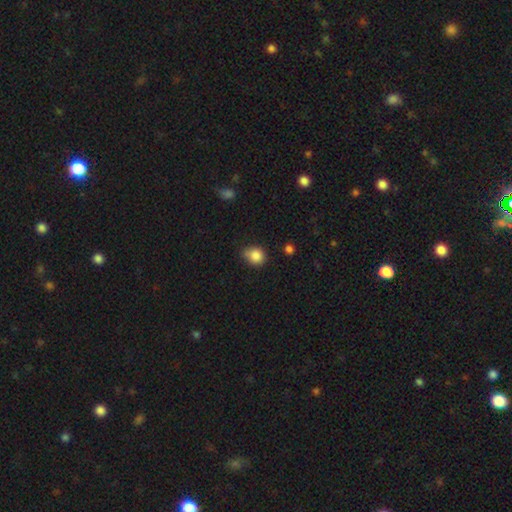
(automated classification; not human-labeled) Overall: smooth (85%). How rounded: round (74%). Merging: none (61%; minor disturbance 29%).